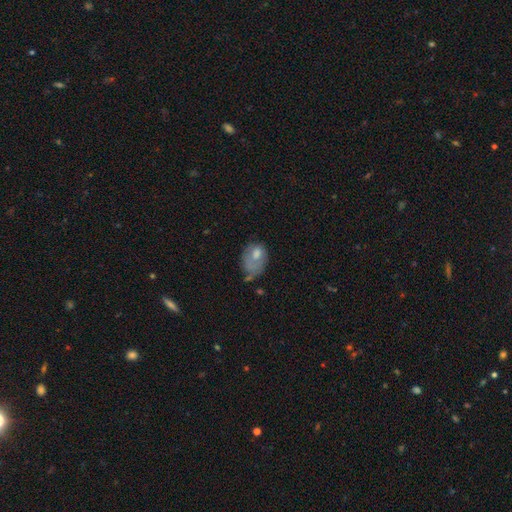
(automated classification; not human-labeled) Q: Smooth or featured?
A: smooth (59%); runner-up: featured or disk (33%)
Q: How rounded?
A: in between (73%); runner-up: round (25%)
Q: Merging?
A: major disturbance (33%); runner-up: minor disturbance (30%)